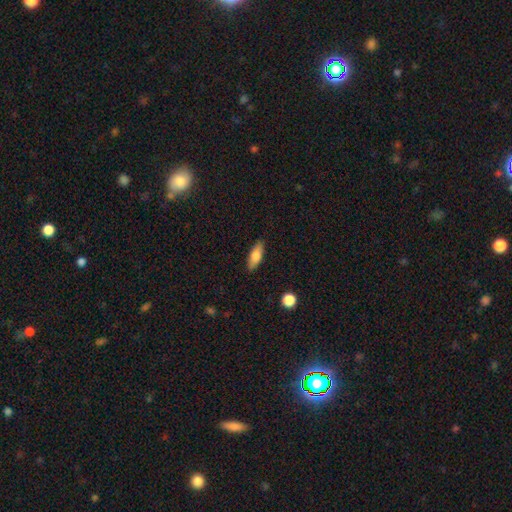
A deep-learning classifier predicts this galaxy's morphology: This is likely a smooth galaxy (76%). How rounded: likely in between (68%). Merging: clearly none (87%).